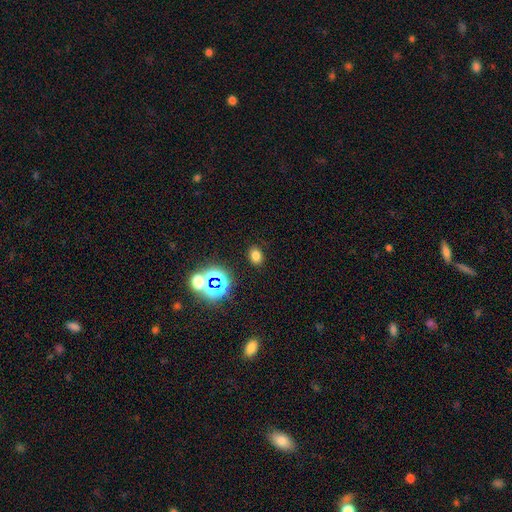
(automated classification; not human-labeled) Overall: smooth (72%). How rounded: in between (65%; round 33%). Merging: none (87%).